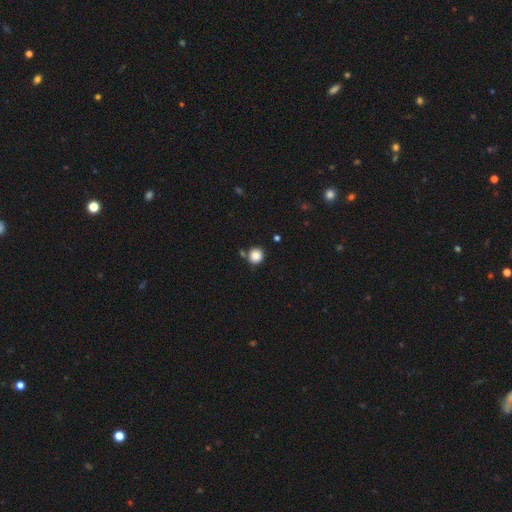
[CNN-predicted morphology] Smooth or featured: smooth — 86% (star or artifact — 10%)
How rounded: round — 90% (in between — 9%)
Merging: none — 76% (minor disturbance — 11%)